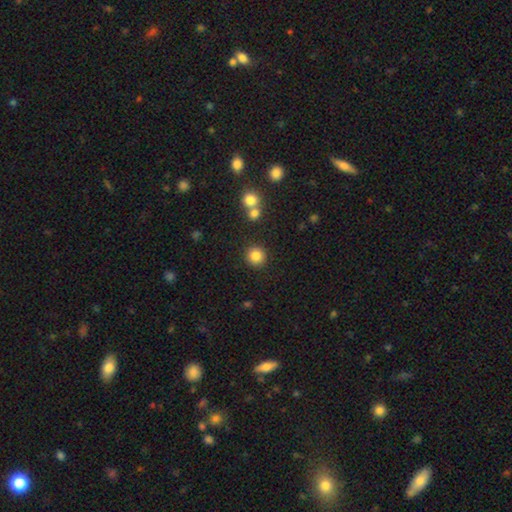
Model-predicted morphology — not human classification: smooth 85%, star or artifact 11%, featured or disk 5%. Down the decision tree: how rounded — round (93%); merging — none (87%).